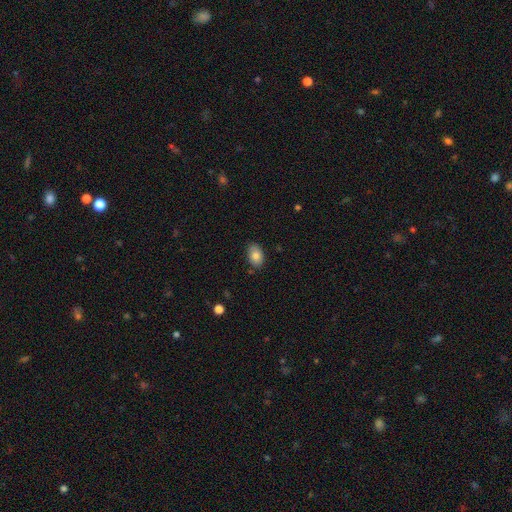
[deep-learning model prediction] Overall: smooth (82%). How rounded: in between (87%). Merging: none (84%).